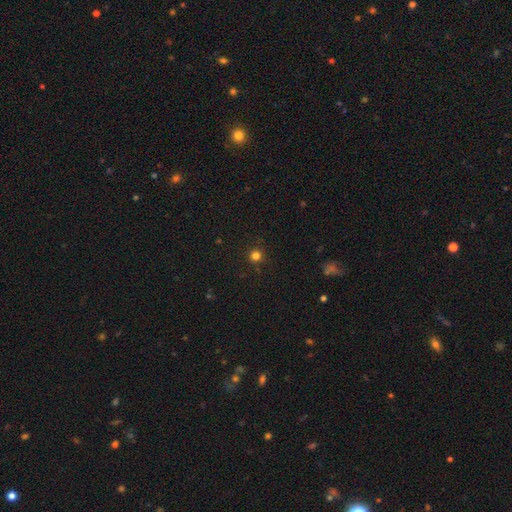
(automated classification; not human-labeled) The model was most divided on "smooth or featured": smooth: 78%, star or artifact: 17%, featured or disk: 4%. More confident: how rounded — round (95%); merging — none (91%).